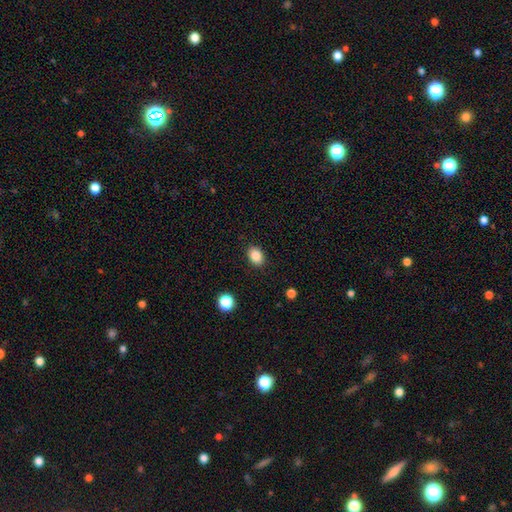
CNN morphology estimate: A smooth galaxy with no disk features (86%) that is in between round and cigar-shaped (70%).

Vote fractions:
- Smooth or featured? smooth: 86% / star or artifact: 9% / featured or disk: 4%
- How rounded? in between: 70% / round: 29% / cigar-shaped: 1%
- Merging? none: 88% / minor disturbance: 8% / major disturbance: 2% / merger: 1%